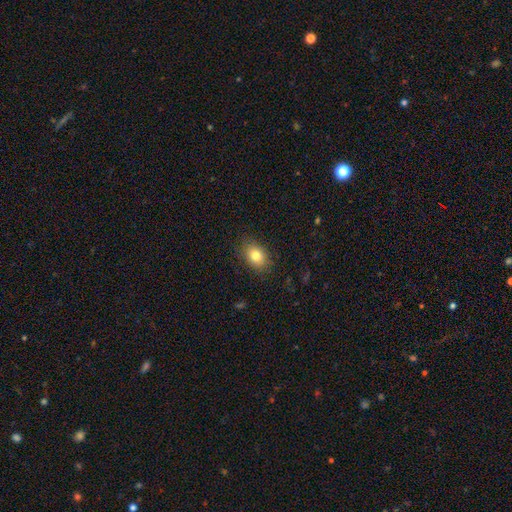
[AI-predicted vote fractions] Q: Smooth or featured?
A: smooth (81%); runner-up: star or artifact (9%)
Q: How rounded?
A: in between (74%); runner-up: round (25%)
Q: Merging?
A: none (85%); runner-up: minor disturbance (11%)